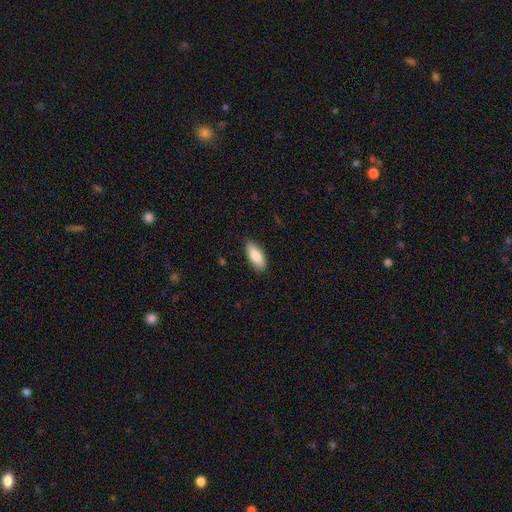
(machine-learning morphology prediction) smooth_or_featured: smooth (p=0.82) [alt: featured or disk p=0.12]
how_rounded: in between (p=0.75) [alt: cigar-shaped p=0.23]
merging: none (p=0.88) [alt: minor disturbance p=0.09]